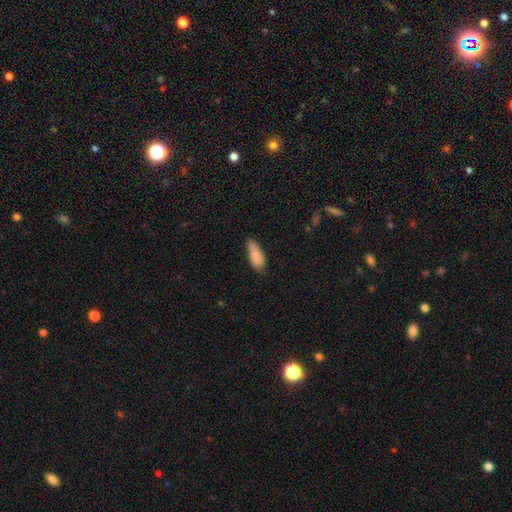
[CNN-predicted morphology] smooth-or-featured: smooth: 87% | star or artifact: 6% | featured or disk: 6%
  how-rounded: in between: 70% | cigar-shaped: 28% | round: 2%
  merging: none: 66% | minor disturbance: 28% | major disturbance: 4% | merger: 2%